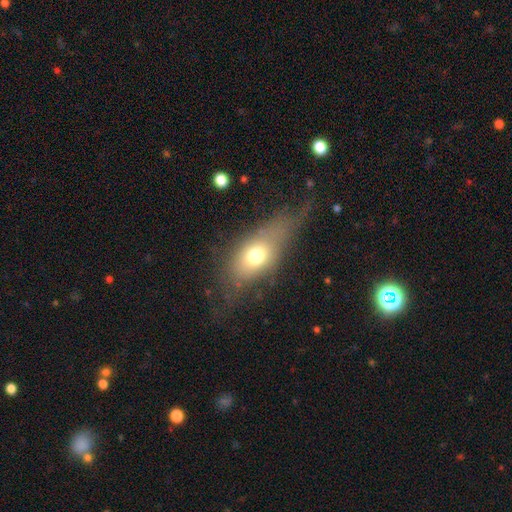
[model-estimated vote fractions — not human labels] Smooth or featured? Predicted: smooth (p=0.66). How rounded? Predicted: in between (p=0.75). Merging? Predicted: none (p=0.42).